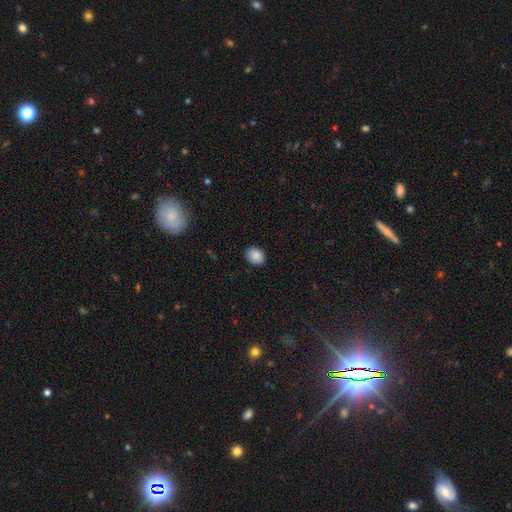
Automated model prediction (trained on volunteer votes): The model was most divided on "how rounded": round: 56%, in between: 43%, cigar-shaped: 1%. More confident: merging — none (90%); smooth or featured — smooth (88%).